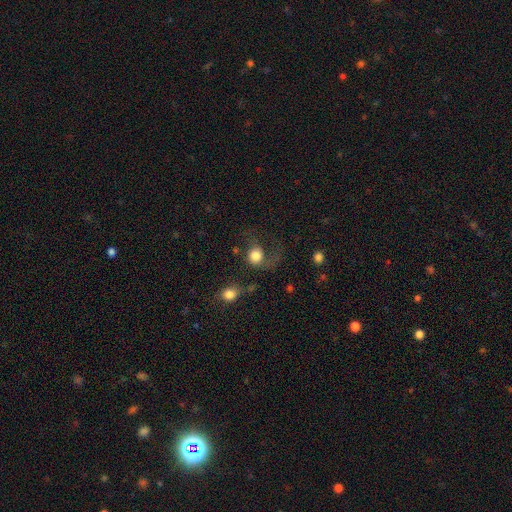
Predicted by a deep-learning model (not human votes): Q: Smooth or featured?
A: smooth (69%); runner-up: featured or disk (22%)
Q: How rounded?
A: round (78%); runner-up: in between (21%)
Q: Merging?
A: major disturbance (39%); runner-up: none (35%)